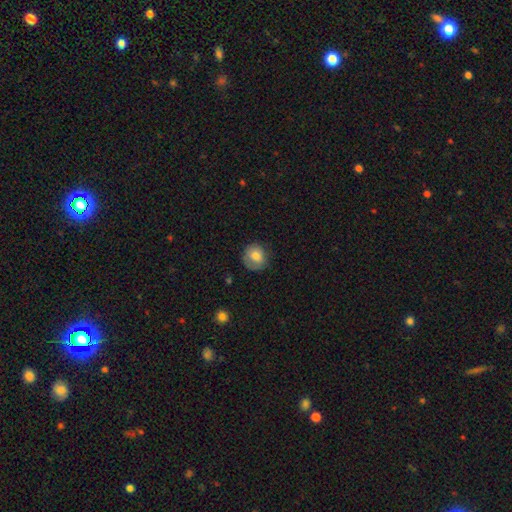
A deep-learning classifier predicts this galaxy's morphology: A smooth galaxy with no disk features (78%) that is round (84%). Merging: none (73%).